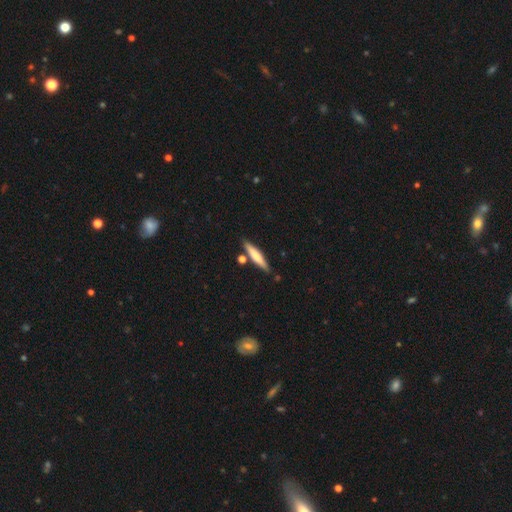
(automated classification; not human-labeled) The model was most divided on "smooth or featured": smooth: 65%, featured or disk: 29%, star or artifact: 6%. More confident: how rounded — cigar-shaped (89%); merging — none (81%).